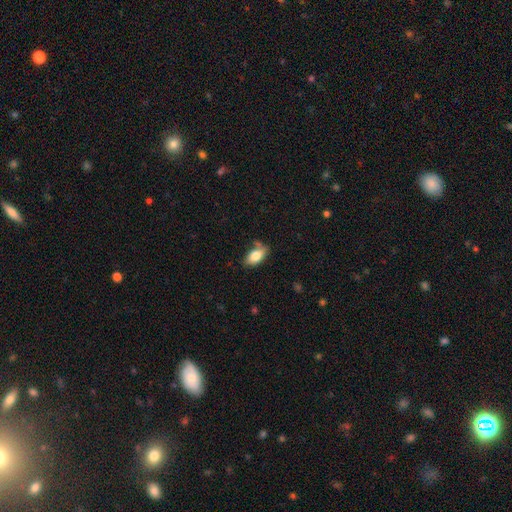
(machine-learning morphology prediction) Overall: smooth (77%). How rounded: in between (89%). Merging: none (56%; minor disturbance 28%).